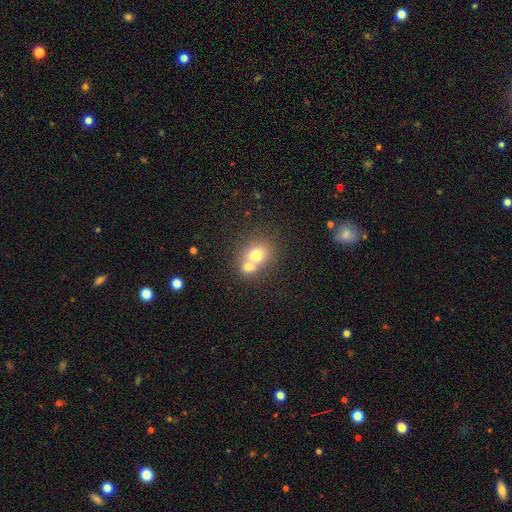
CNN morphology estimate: type=smooth (69%); roundness=round (66%); merging=merger (57%).